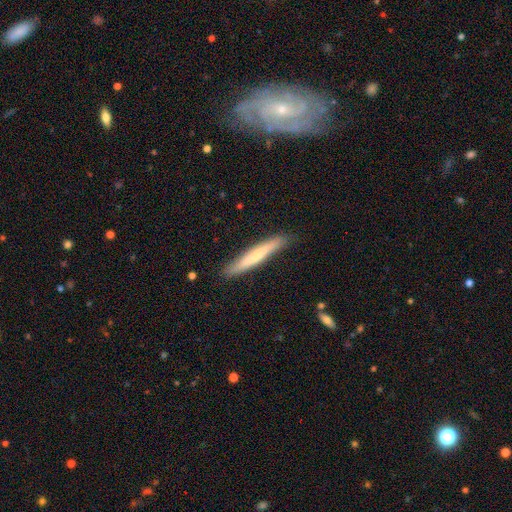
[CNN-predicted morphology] Smooth or featured? Predicted: smooth (p=0.61). How rounded? Predicted: cigar-shaped (p=0.95). Merging? Predicted: none (p=0.86).